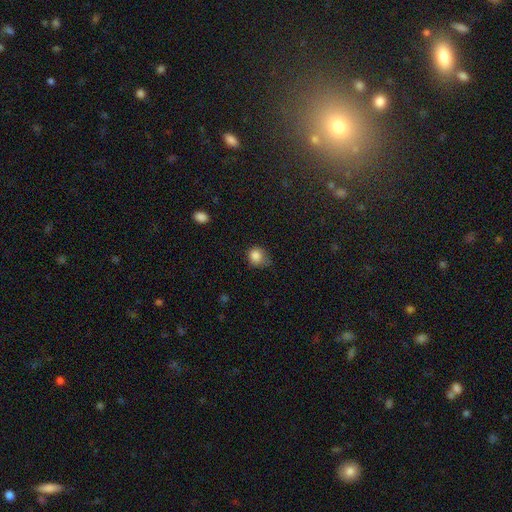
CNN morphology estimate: A smooth galaxy with no disk features (84%) that is round (77%).

Vote fractions:
- Smooth or featured? smooth: 84% / star or artifact: 11% / featured or disk: 6%
- How rounded? round: 77% / in between: 22% / cigar-shaped: 1%
- Merging? none: 50% / minor disturbance: 38% / major disturbance: 11% / merger: 2%